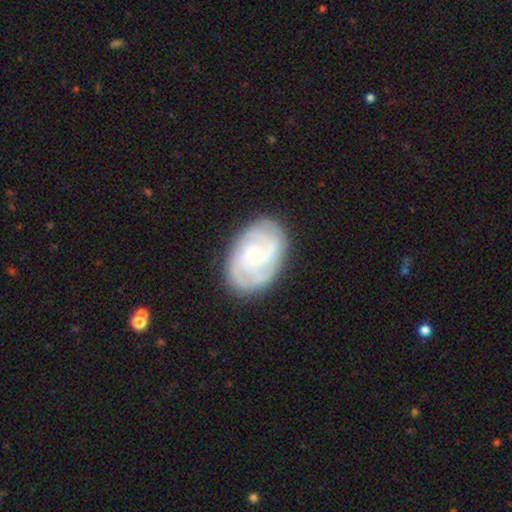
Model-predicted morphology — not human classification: A featured or disk galaxy (78%) with no bar (71%), tight (59%) spiral arms (92%) and a small central bulge (69%).

Vote fractions:
- Smooth or featured? featured or disk: 78% / smooth: 16% / star or artifact: 6%
- Edge-on disk? no: 97% / yes: 3%
- Bar? no: 71% / weak: 25% / strong: 4%
- Spiral arms? yes: 92% / no: 8%
- Spiral winding? tight: 59% / medium: 33% / loose: 8%
- Spiral arm count? can't tell: 29% / 2: 25% / 3: 25% / 4: 10% / more than 4: 5% / 1: 5%
- Bulge size? small: 69% / moderate: 28% / large: 1% / none: 1% / dominant: 1%
- Merging? none: 82% / minor disturbance: 13% / major disturbance: 4% / merger: 1%